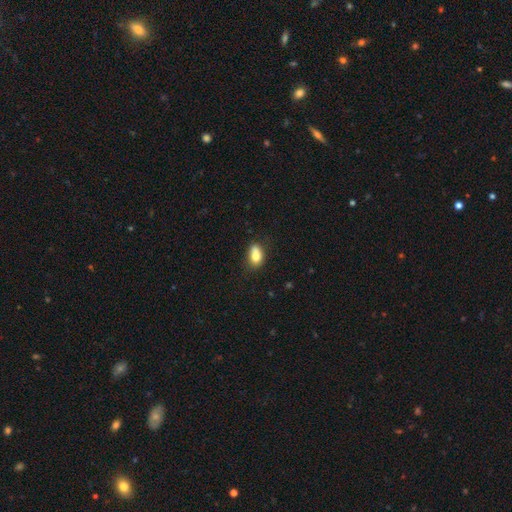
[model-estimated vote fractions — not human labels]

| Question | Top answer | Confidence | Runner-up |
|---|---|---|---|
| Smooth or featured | smooth | 76% | featured or disk (14%) |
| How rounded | in between | 75% | round (23%) |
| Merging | none | 46% | minor disturbance (24%) |